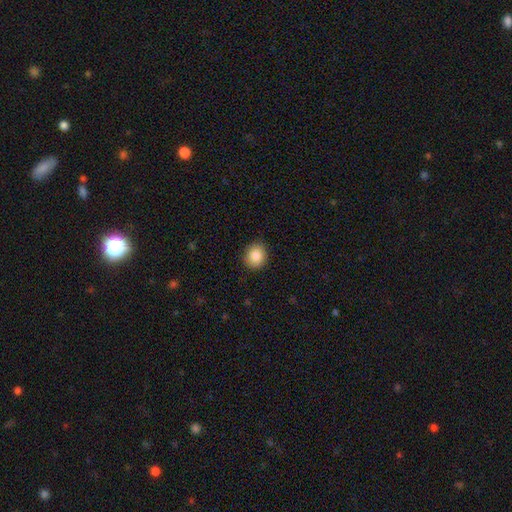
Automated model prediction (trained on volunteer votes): smooth-or-featured: smooth: 85% | star or artifact: 9% | featured or disk: 6%
  how-rounded: round: 70% | in between: 29% | cigar-shaped: 1%
  merging: none: 89% | minor disturbance: 9% | major disturbance: 2% | merger: 1%